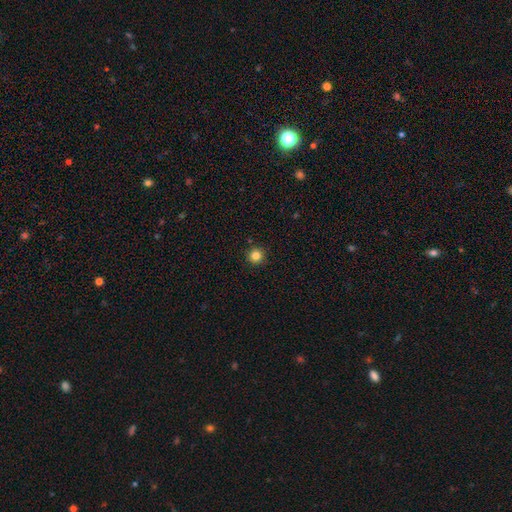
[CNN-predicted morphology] The model was most divided on "smooth or featured": smooth: 83%, star or artifact: 12%, featured or disk: 5%. More confident: how rounded — round (96%); merging — none (92%).